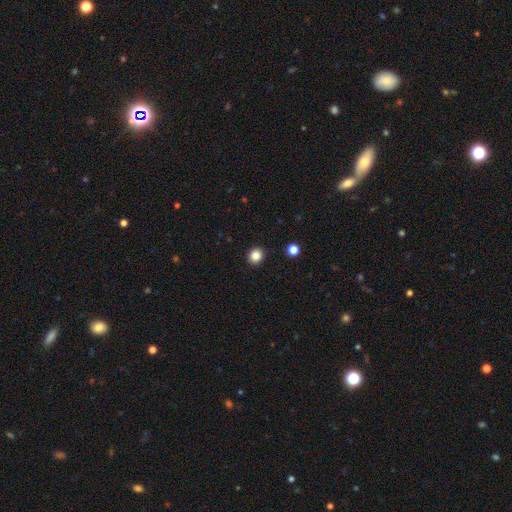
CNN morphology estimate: Q: Smooth or featured?
A: smooth (84%); runner-up: star or artifact (11%)
Q: How rounded?
A: round (86%); runner-up: in between (13%)
Q: Merging?
A: none (93%); runner-up: minor disturbance (5%)